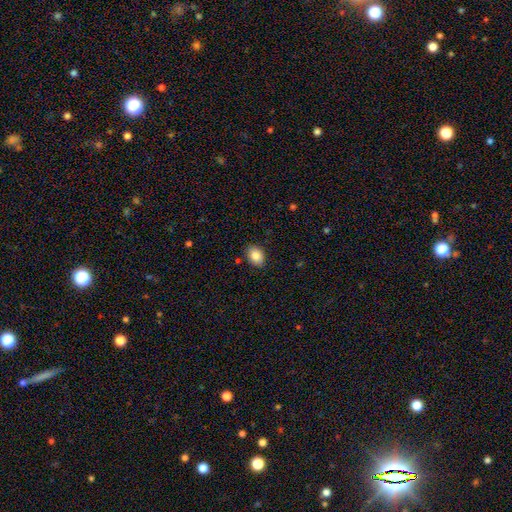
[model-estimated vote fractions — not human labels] This appears to be a smooth galaxy with no disk features (85%) that is in between round and cigar-shaped (76%). Merging: none (87%).